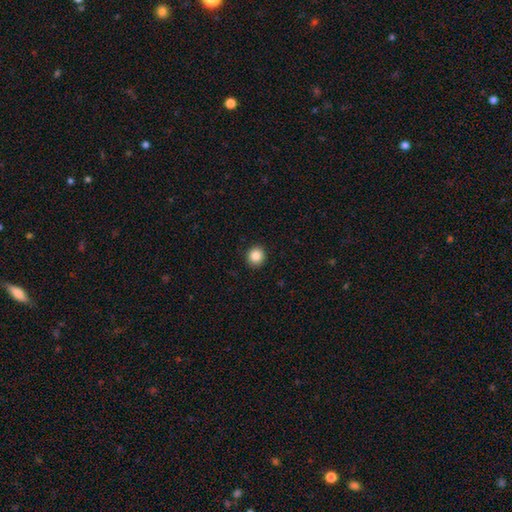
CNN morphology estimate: The model was most divided on "how rounded": round: 88%, in between: 11%, cigar-shaped: 1%. More confident: merging — none (92%); smooth or featured — smooth (86%).